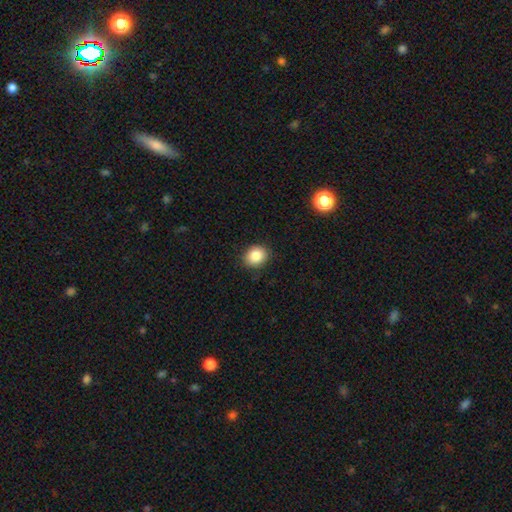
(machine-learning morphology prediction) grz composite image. It shows a smooth galaxy with no disk features (86%) that is round (63%). Merging: none (86%).